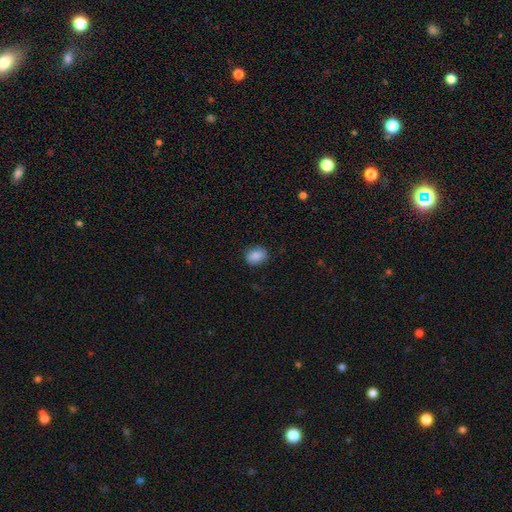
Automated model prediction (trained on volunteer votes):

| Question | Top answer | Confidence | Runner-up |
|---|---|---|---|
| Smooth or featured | smooth | 85% | star or artifact (8%) |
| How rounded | in between | 58% | round (41%) |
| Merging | none | 80% | minor disturbance (15%) |